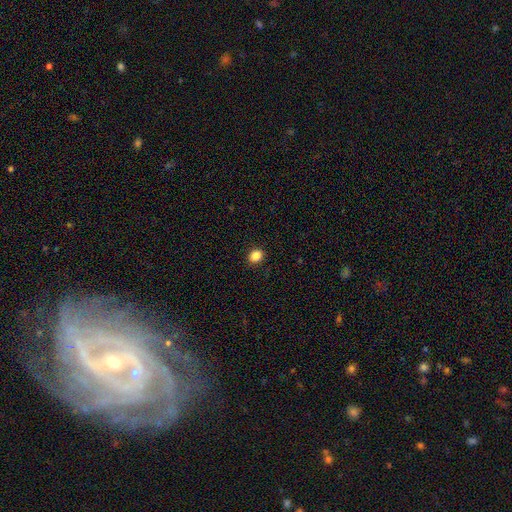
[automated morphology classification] Smooth or featured: smooth — 86% (star or artifact — 10%)
How rounded: round — 57% (in between — 42%)
Merging: none — 91% (minor disturbance — 7%)